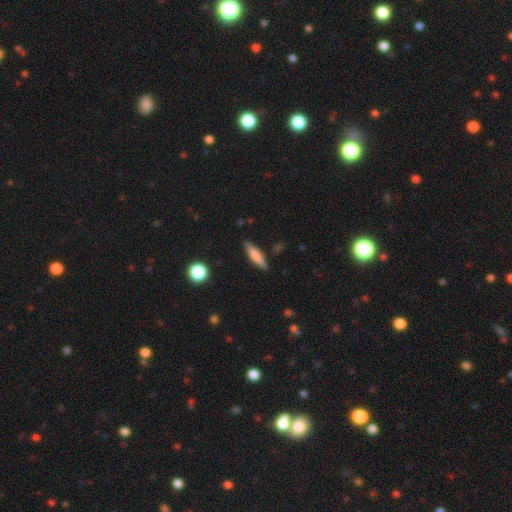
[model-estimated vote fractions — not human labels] Morphology: type=smooth (67%); roundness=cigar-shaped (74%); merging=none (84%).